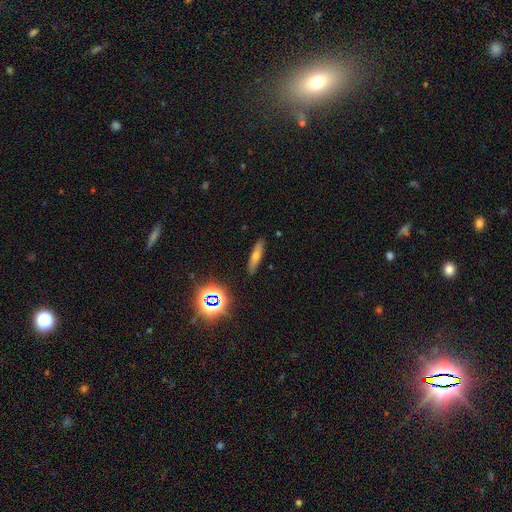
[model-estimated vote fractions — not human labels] This appears to be a smooth galaxy with no disk features (58%) that is cigar-shaped (72%). Merging: none (87%).